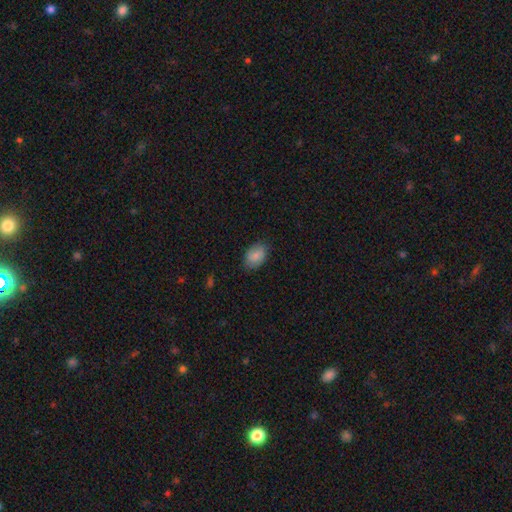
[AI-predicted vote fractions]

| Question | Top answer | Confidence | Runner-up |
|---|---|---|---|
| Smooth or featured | smooth | 81% | featured or disk (12%) |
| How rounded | in between | 86% | round (13%) |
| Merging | none | 80% | minor disturbance (15%) |